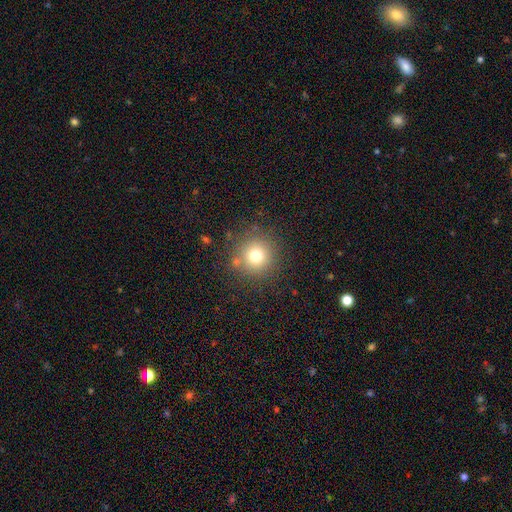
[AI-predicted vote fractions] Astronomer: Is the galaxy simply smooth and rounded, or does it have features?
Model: smooth — 74%.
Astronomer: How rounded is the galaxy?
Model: round — 95%.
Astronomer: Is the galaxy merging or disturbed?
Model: none — 84%.